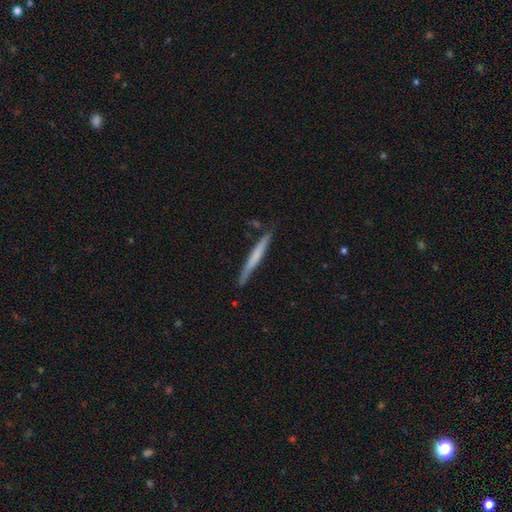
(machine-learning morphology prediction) A smooth galaxy with no disk features (54%) that is cigar-shaped (97%). Merging: none (83%).